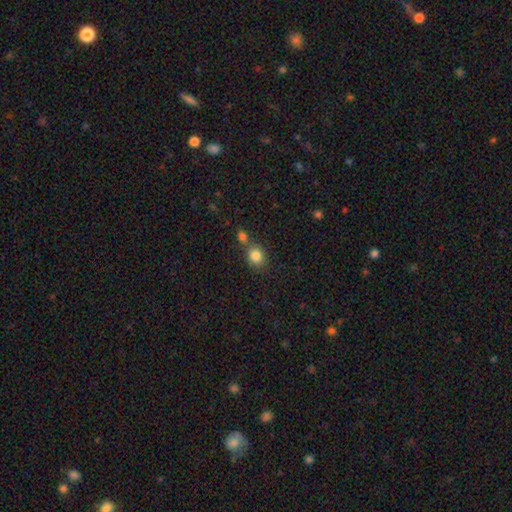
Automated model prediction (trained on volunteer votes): Smooth or featured: smooth — 84% (star or artifact — 10%)
How rounded: round — 67% (in between — 32%)
Merging: none — 56% (merger — 30%)